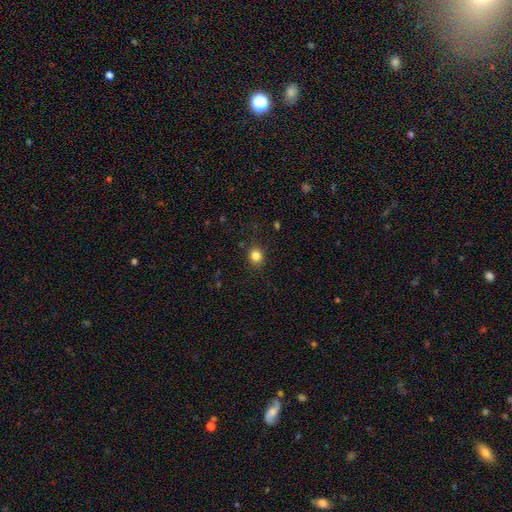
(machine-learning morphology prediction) smooth_or_featured: smooth (p=0.83) [alt: star or artifact p=0.12]
how_rounded: round (p=0.79) [alt: in between p=0.20]
merging: none (p=0.88) [alt: minor disturbance p=0.08]